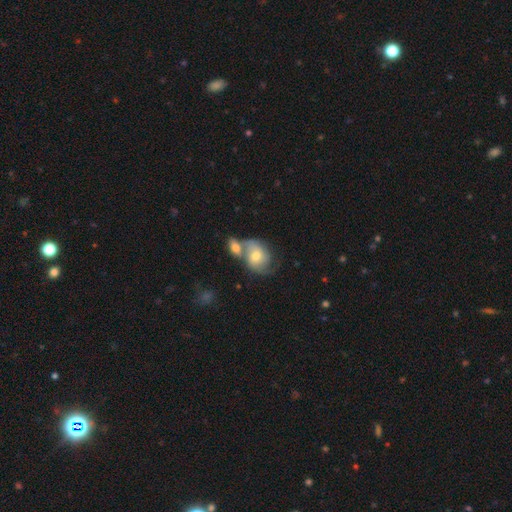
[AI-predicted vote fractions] The model was most divided on "smooth or featured": featured or disk: 56%, smooth: 36%, star or artifact: 7%. More confident: edge-on disk — no (96%); spiral arms — yes (82%); bulge size — moderate (65%); bar — no (61%); merging — merger (51%).